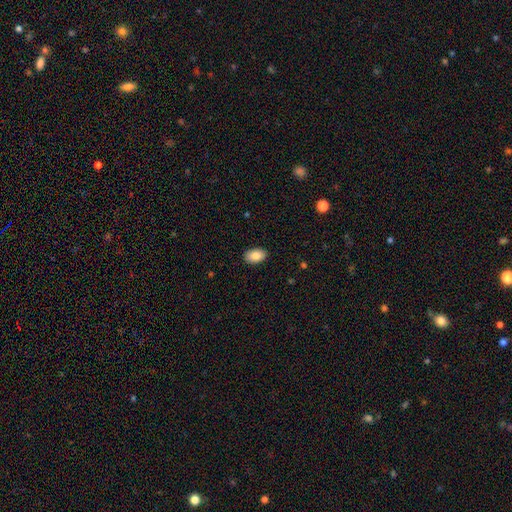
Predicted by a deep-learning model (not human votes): Smooth or featured?
  - smooth: 87% *
  - star or artifact: 7%
  - featured or disk: 6%
How rounded?
  - in between: 92% *
  - round: 7%
  - cigar-shaped: 1%
Merging?
  - none: 89% *
  - minor disturbance: 9%
  - major disturbance: 2%
  - merger: 1%